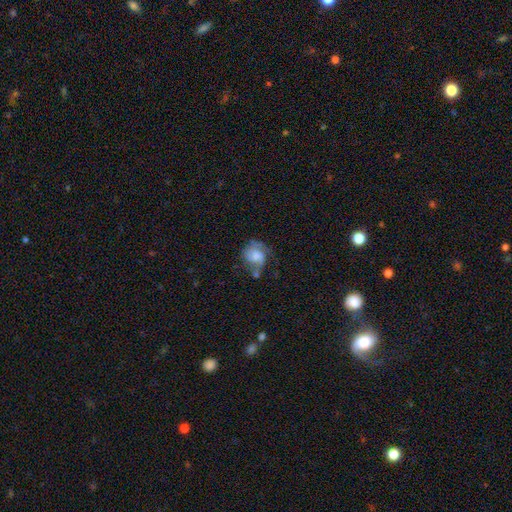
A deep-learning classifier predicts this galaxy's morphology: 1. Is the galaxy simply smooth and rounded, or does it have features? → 48% featured or disk, 44% smooth, 9% star or artifact.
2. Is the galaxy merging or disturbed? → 41% none, 28% minor disturbance, 21% major disturbance, 10% merger.